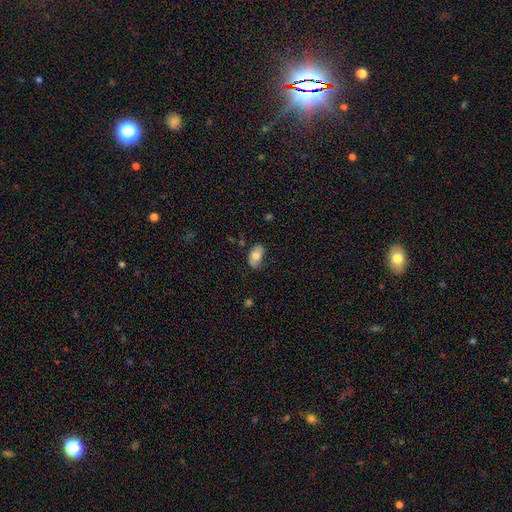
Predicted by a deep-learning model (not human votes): A smooth galaxy with no disk features (74%) that is in between round and cigar-shaped (93%). Merging: none (74%).